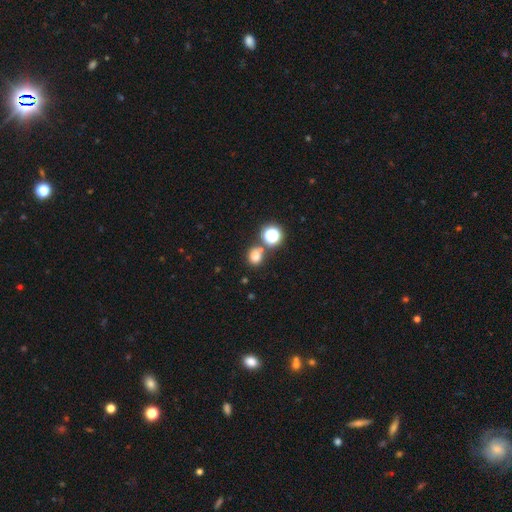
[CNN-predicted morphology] Q: Smooth or featured?
A: smooth (74%); runner-up: star or artifact (20%)
Q: How rounded?
A: round (74%); runner-up: in between (25%)
Q: Merging?
A: none (70%); runner-up: merger (16%)